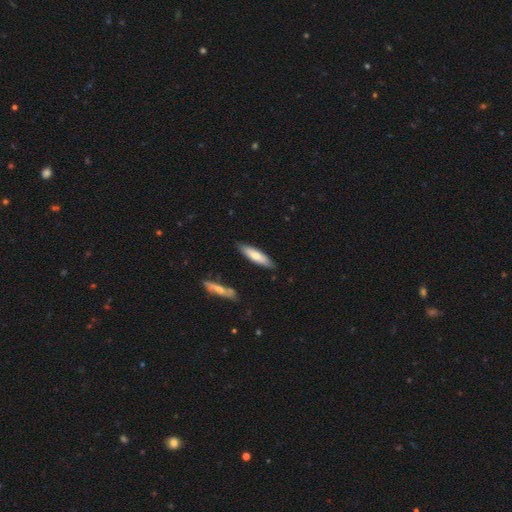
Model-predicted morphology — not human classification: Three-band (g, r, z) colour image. It shows a smooth galaxy with no disk features (69%) that is cigar-shaped (72%). Merging: none (86%).